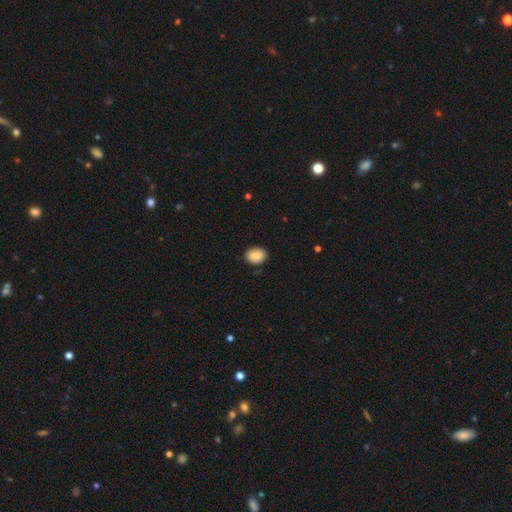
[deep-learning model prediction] smooth-or-featured: smooth: 84% | featured or disk: 8% | star or artifact: 8%
  how-rounded: in between: 50% | round: 49% | cigar-shaped: 1%
  merging: none: 87% | minor disturbance: 10% | major disturbance: 2% | merger: 1%